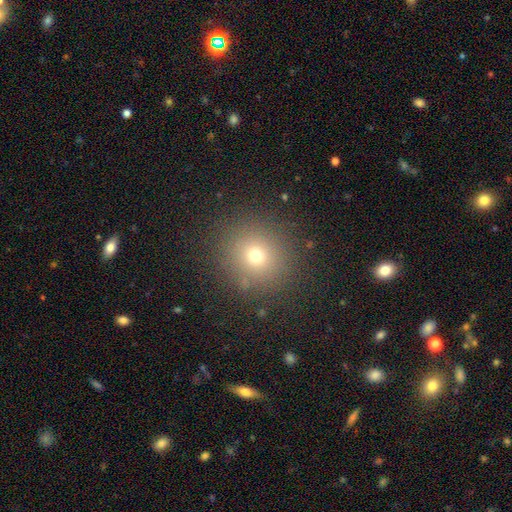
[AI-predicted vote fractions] A smooth galaxy with no disk features (69%) that is round (90%).

Vote fractions:
- Smooth or featured? smooth: 69% / star or artifact: 22% / featured or disk: 10%
- How rounded? round: 90% / in between: 9% / cigar-shaped: 1%
- Merging? none: 88% / minor disturbance: 7% / major disturbance: 3% / merger: 2%